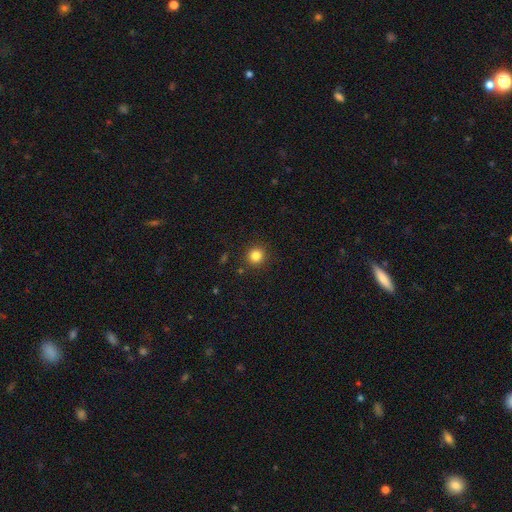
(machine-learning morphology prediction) Q: Smooth or featured?
A: smooth (83%); runner-up: star or artifact (12%)
Q: How rounded?
A: round (93%); runner-up: in between (6%)
Q: Merging?
A: none (90%); runner-up: minor disturbance (6%)